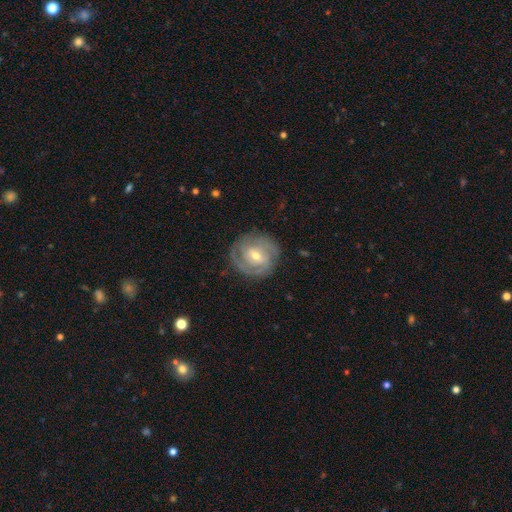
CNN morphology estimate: Overall: featured or disk (84%). Edge-on disk: no (98%). Bar: weak (47%; no 37%). Spiral arms: yes (95%). Spiral arm count: 2 (39%; 3 27%). Spiral winding: tight (69%). Bulge size: moderate (53%; small 43%). Merging: none (81%).